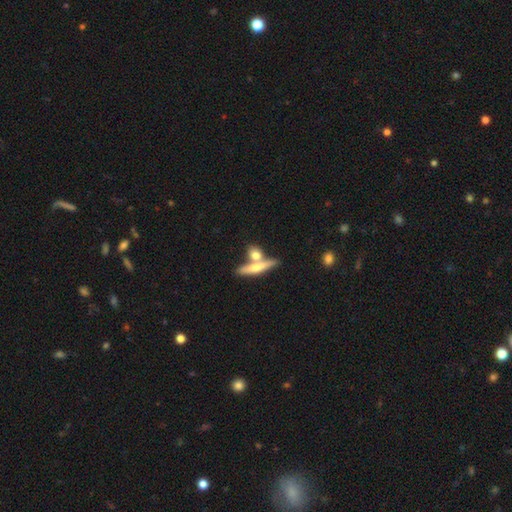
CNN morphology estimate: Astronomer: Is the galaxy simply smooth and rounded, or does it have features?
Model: smooth — 60%.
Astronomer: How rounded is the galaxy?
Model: cigar-shaped — 48% (runner-up: in between, 29%).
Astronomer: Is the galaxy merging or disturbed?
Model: none — 50% (runner-up: merger, 37%).